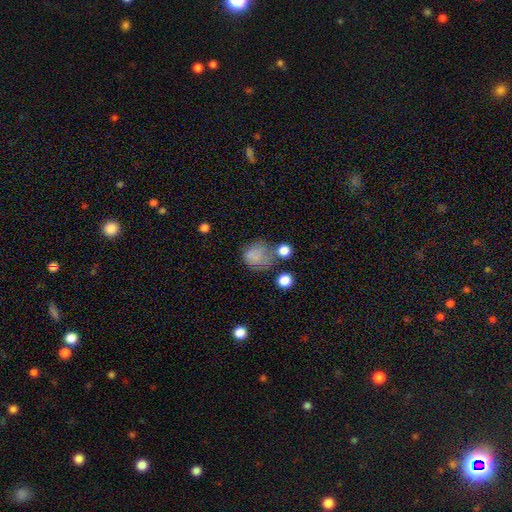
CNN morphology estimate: Smooth or featured: smooth — 75% (featured or disk — 13%)
How rounded: round — 79% (in between — 20%)
Merging: none — 47% (minor disturbance — 24%)